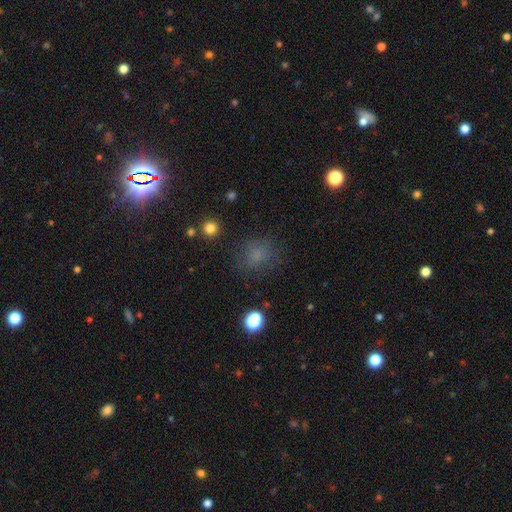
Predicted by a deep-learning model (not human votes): Q: Smooth or featured?
A: smooth (69%); runner-up: star or artifact (20%)
Q: How rounded?
A: round (65%); runner-up: in between (33%)
Q: Merging?
A: none (73%); runner-up: minor disturbance (16%)